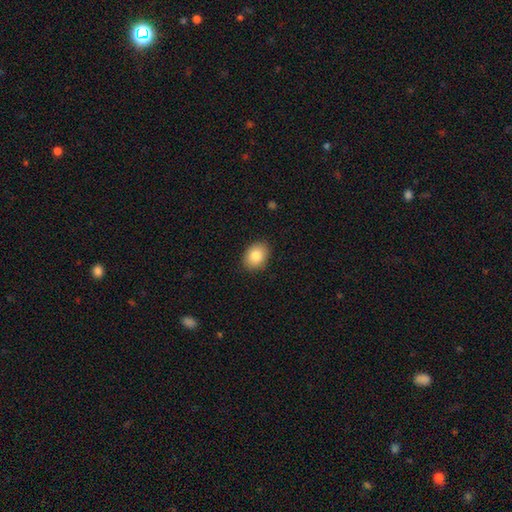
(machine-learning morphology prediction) type=smooth (83%); roundness=in between (66%); merging=none (89%).